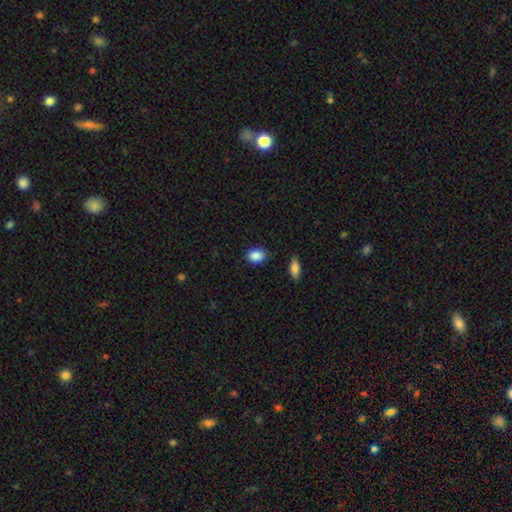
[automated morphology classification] Q: Smooth or featured?
A: smooth (88%); runner-up: star or artifact (7%)
Q: How rounded?
A: in between (72%); runner-up: round (26%)
Q: Merging?
A: none (81%); runner-up: minor disturbance (14%)